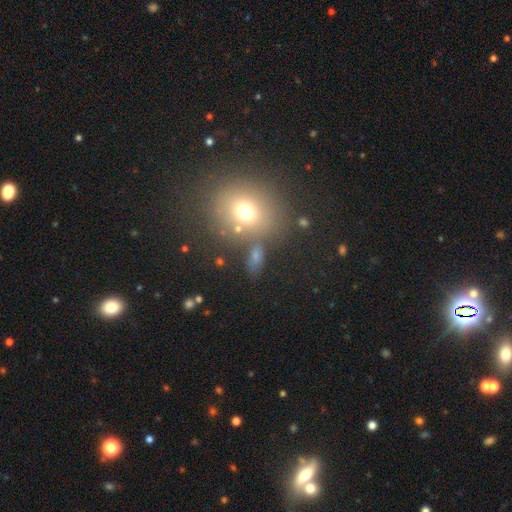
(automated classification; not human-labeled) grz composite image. It shows a smooth galaxy with no disk features (62%) that is in between round and cigar-shaped (55%). Merging: none (71%).